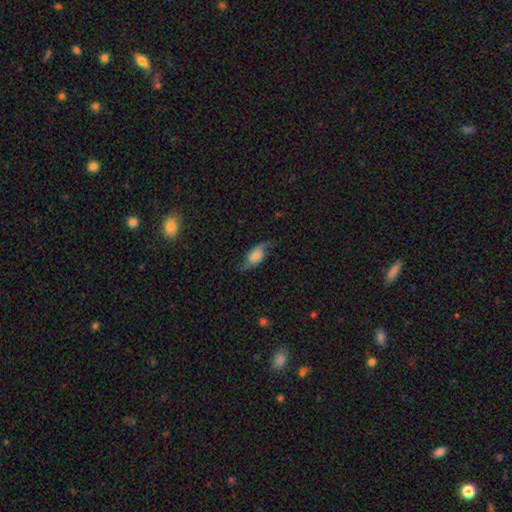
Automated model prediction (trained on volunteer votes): Overall: smooth (47%; featured or disk 44%). Merging: none (65%).